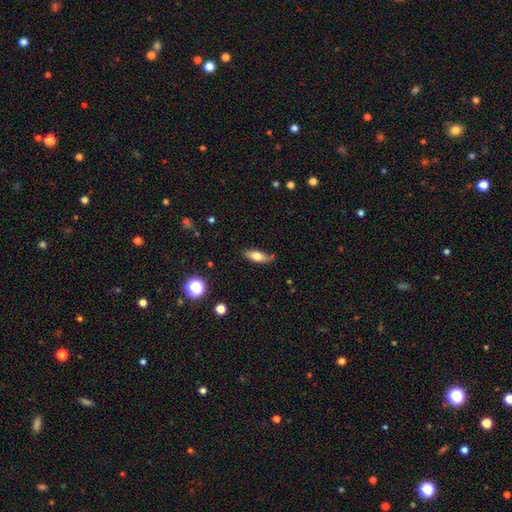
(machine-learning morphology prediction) Smooth or featured?
  - smooth: 70% *
  - featured or disk: 21%
  - star or artifact: 8%
How rounded?
  - in between: 69% *
  - cigar-shaped: 28%
  - round: 3%
Merging?
  - none: 75% *
  - minor disturbance: 18%
  - major disturbance: 4%
  - merger: 3%